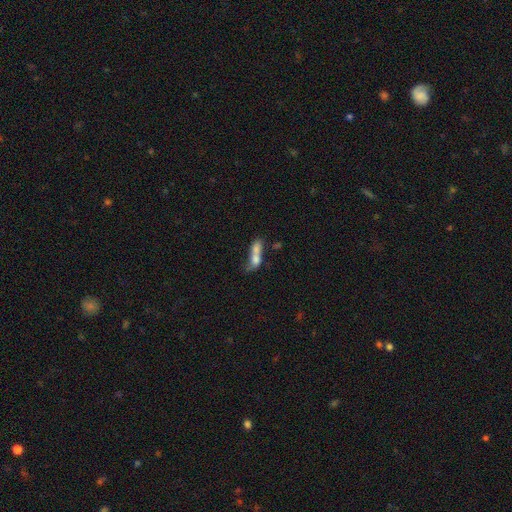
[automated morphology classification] The model was most divided on "how rounded": in between: 61%, cigar-shaped: 26%, round: 13%. More confident: merging — merger (65%); smooth or featured — smooth (64%).